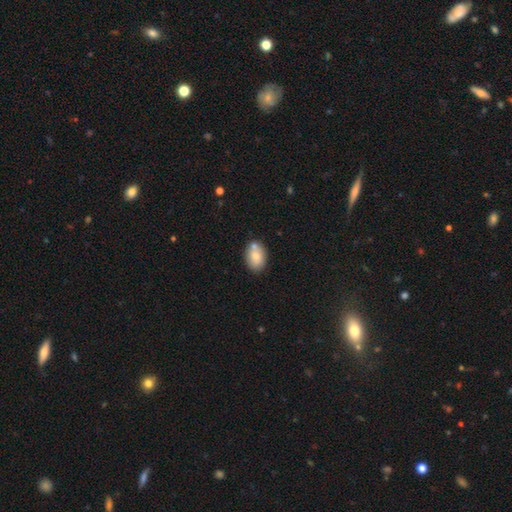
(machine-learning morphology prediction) This appears to be a smooth galaxy with no disk features (76%) that is in between round and cigar-shaped (81%). Merging: none (68%).